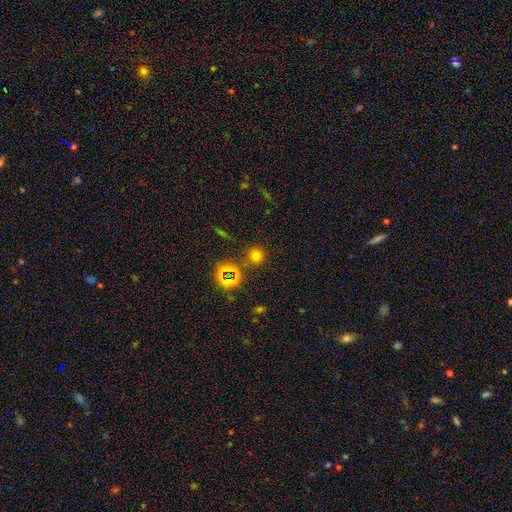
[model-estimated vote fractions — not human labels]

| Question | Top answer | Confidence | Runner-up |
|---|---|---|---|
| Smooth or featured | smooth | 67% | star or artifact (26%) |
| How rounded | round | 92% | in between (7%) |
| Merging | none | 82% | minor disturbance (8%) |